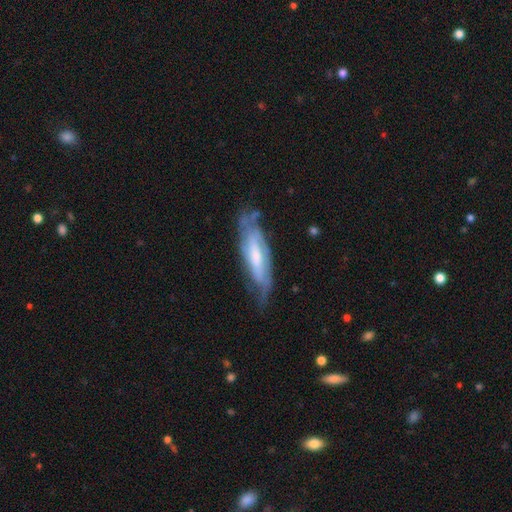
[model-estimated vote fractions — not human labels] featured or disk 67%, smooth 27%, star or artifact 6%. Down the decision tree: edge-on disk — no (65%); merging — none (61%).